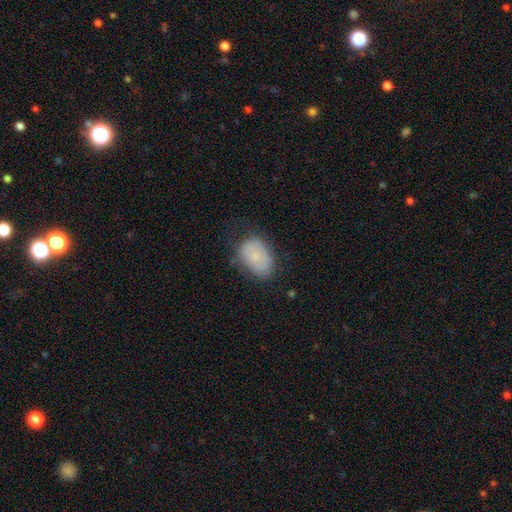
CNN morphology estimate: The model was most divided on "merging": none: 62%, minor disturbance: 28%, major disturbance: 9%, merger: 2%. More confident: how rounded — in between (83%); smooth or featured — smooth (70%).